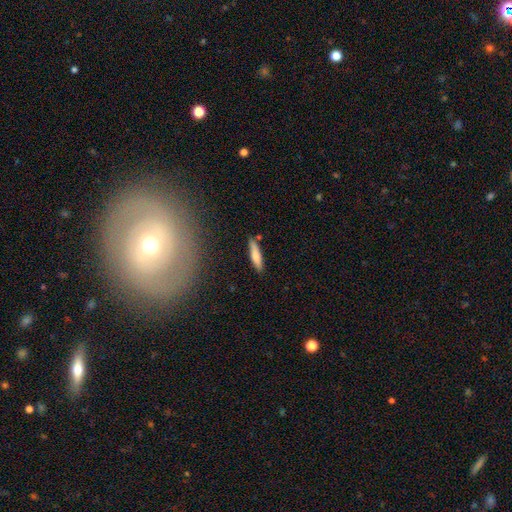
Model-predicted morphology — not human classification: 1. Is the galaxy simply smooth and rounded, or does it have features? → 72% smooth, 21% featured or disk, 6% star or artifact.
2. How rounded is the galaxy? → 75% cigar-shaped, 23% in between, 2% round.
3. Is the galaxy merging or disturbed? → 83% none, 11% minor disturbance, 3% merger, 2% major disturbance.